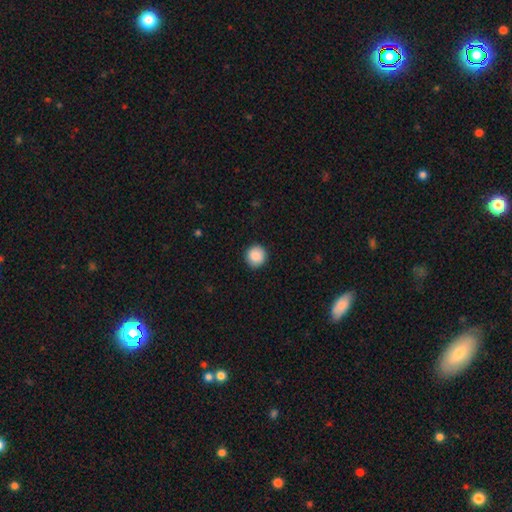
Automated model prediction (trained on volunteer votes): smooth-or-featured: smooth: 88% | star or artifact: 8% | featured or disk: 4%
  how-rounded: round: 93% | in between: 6% | cigar-shaped: 1%
  merging: none: 91% | minor disturbance: 7% | major disturbance: 2% | merger: 1%